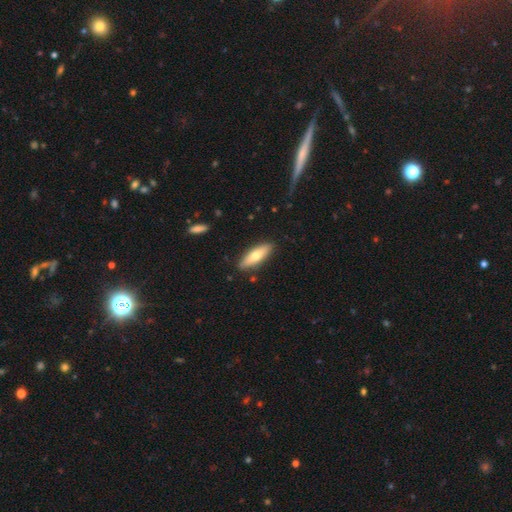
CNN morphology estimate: smooth 67%, featured or disk 27%, star or artifact 6%. Down the decision tree: how rounded — in between (56%); merging — none (87%).